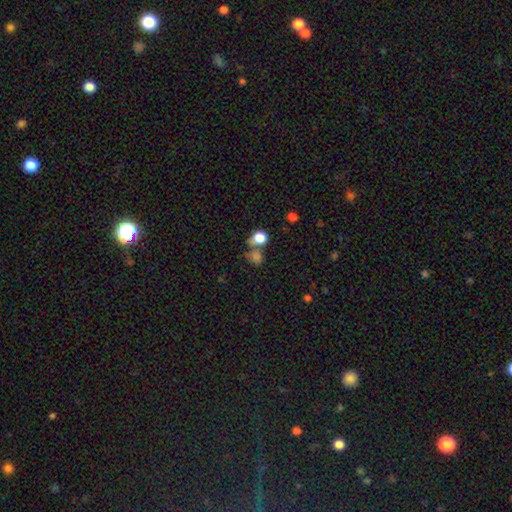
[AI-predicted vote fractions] Overall: smooth (68%). How rounded: round (72%). Merging: none (49%; merger 31%).